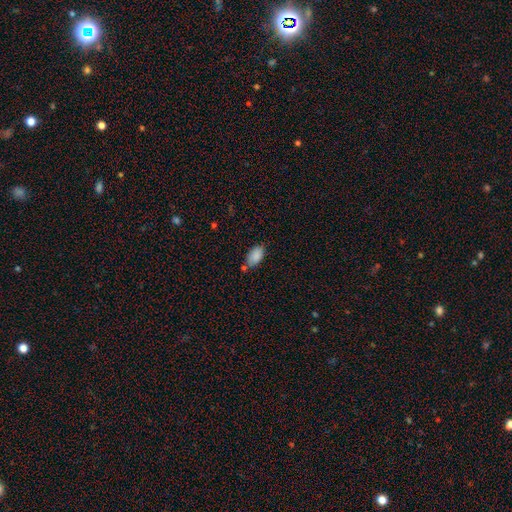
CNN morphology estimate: Overall: smooth (87%). How rounded: in between (94%). Merging: none (64%).